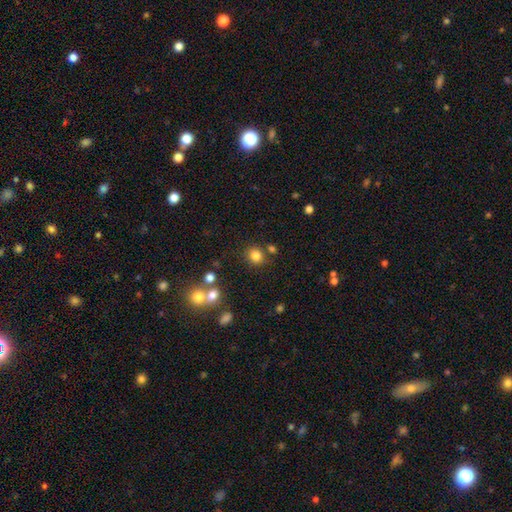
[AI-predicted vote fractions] Q: Smooth or featured?
A: smooth (81%); runner-up: star or artifact (13%)
Q: How rounded?
A: round (81%); runner-up: in between (18%)
Q: Merging?
A: none (76%); runner-up: minor disturbance (10%)